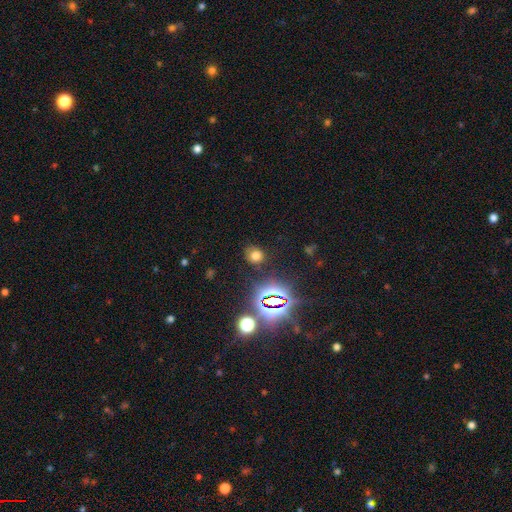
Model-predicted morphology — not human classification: This appears to be a smooth galaxy with no disk features (64%) that is round (77%). Merging: none (81%).